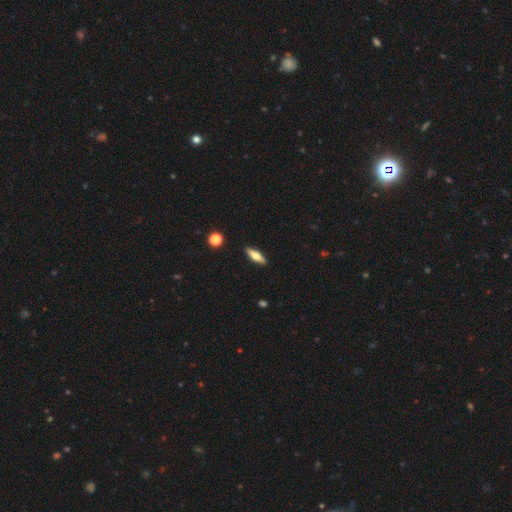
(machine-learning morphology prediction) The model was most divided on "how rounded": cigar-shaped: 55%, in between: 42%, round: 3%. More confident: merging — none (89%); smooth or featured — smooth (53%).